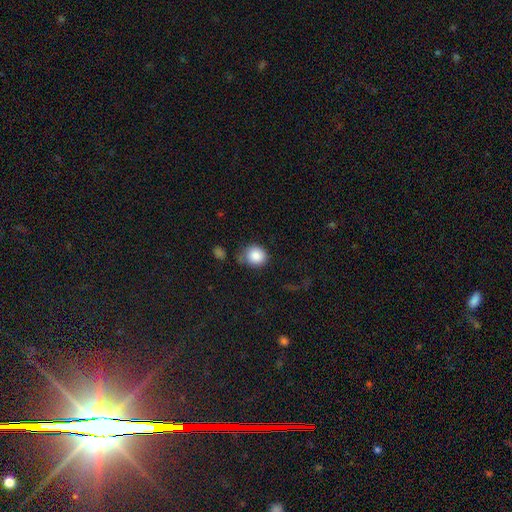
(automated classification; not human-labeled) Smooth or featured: smooth — 86% (star or artifact — 9%)
How rounded: round — 79% (in between — 20%)
Merging: none — 61% (minor disturbance — 25%)